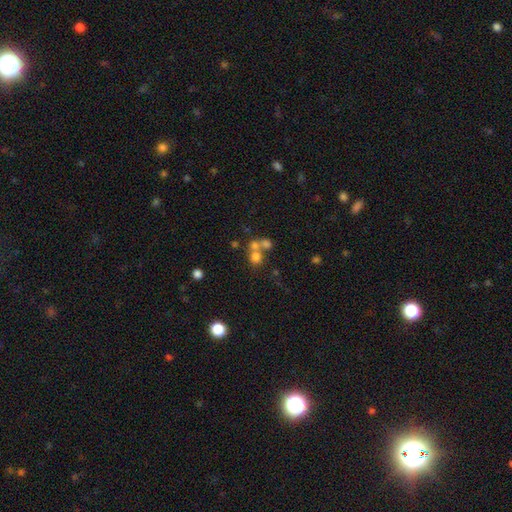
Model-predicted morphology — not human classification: This appears to be a smooth galaxy with no disk features (67%) that is round (83%). Merging: merger (48%).